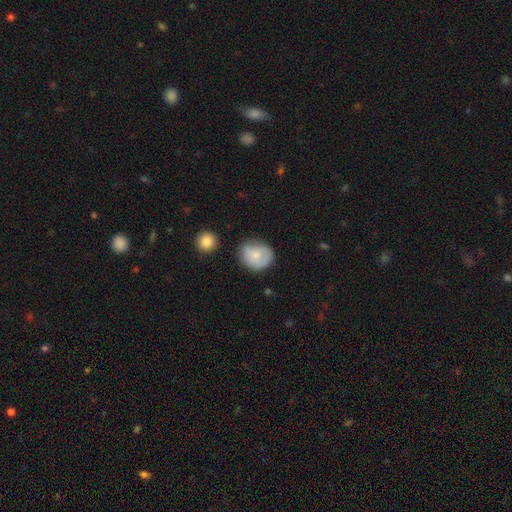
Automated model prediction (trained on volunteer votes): This is likely a smooth galaxy (74%). How rounded: likely round (69%). Merging: likely none (63%).